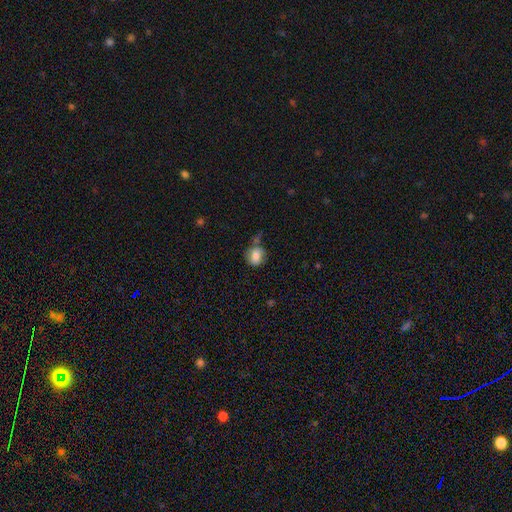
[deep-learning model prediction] The model was most divided on "merging": none: 53%, minor disturbance: 26%, merger: 11%, major disturbance: 10%. More confident: smooth or featured — smooth (77%); how rounded — round (70%).